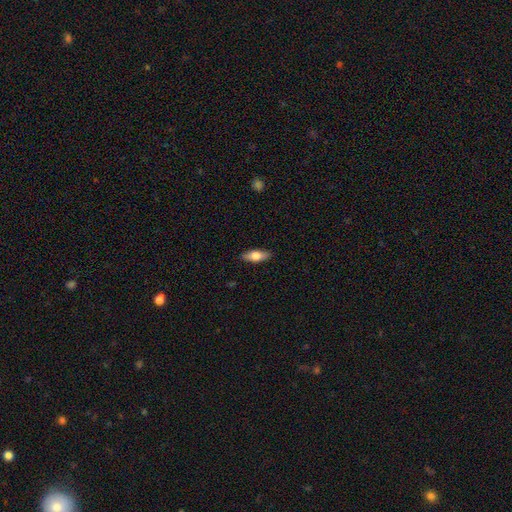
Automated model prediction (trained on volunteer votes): The model was most divided on "how rounded": in between: 68%, cigar-shaped: 29%, round: 3%. More confident: merging — none (89%); smooth or featured — smooth (67%).